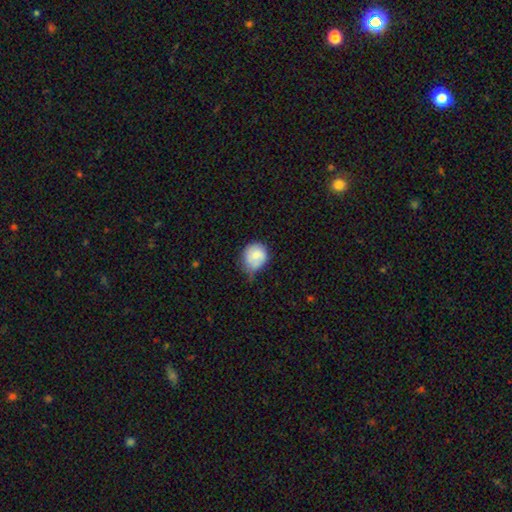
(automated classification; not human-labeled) Smooth or featured?
  - smooth: 70% *
  - featured or disk: 23%
  - star or artifact: 7%
How rounded?
  - round: 77% *
  - in between: 22%
  - cigar-shaped: 1%
Merging?
  - minor disturbance: 44% *
  - none: 39%
  - major disturbance: 13%
  - merger: 4%